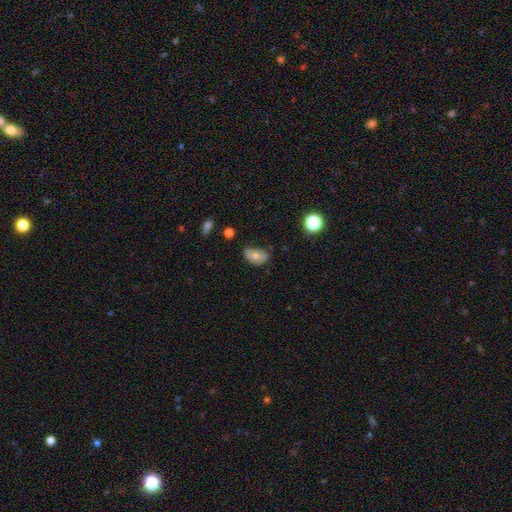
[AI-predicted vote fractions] Smooth or featured?
  - smooth: 61% *
  - featured or disk: 29%
  - star or artifact: 10%
How rounded?
  - in between: 83% *
  - round: 16%
  - cigar-shaped: 1%
Merging?
  - none: 51% *
  - minor disturbance: 37%
  - major disturbance: 10%
  - merger: 2%